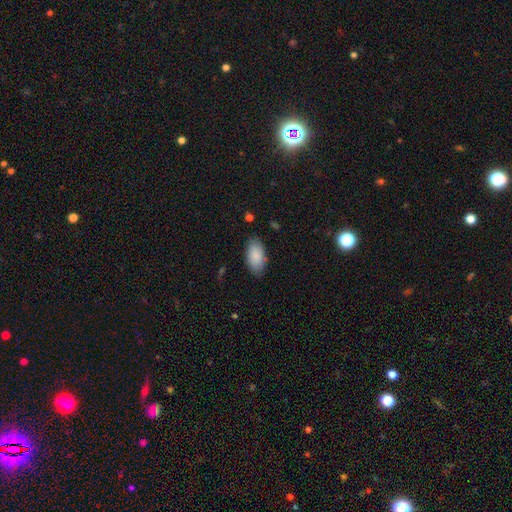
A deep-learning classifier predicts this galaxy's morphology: This appears to be a smooth galaxy with no disk features (88%) that is in between round and cigar-shaped (95%). Merging: none (82%).